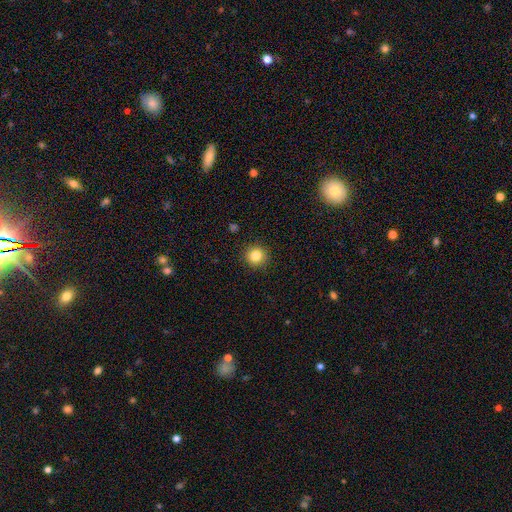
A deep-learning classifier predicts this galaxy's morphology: The model was most divided on "smooth or featured": smooth: 83%, star or artifact: 11%, featured or disk: 6%. More confident: how rounded — round (93%); merging — none (91%).